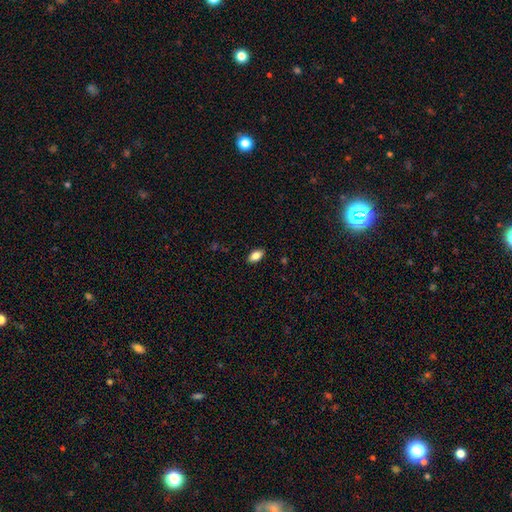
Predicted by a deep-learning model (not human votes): A smooth galaxy with no disk features (84%) that is in between round and cigar-shaped (91%).

Vote fractions:
- Smooth or featured? smooth: 84% / featured or disk: 8% / star or artifact: 8%
- How rounded? in between: 91% / round: 5% / cigar-shaped: 4%
- Merging? none: 89% / minor disturbance: 8% / major disturbance: 2% / merger: 1%